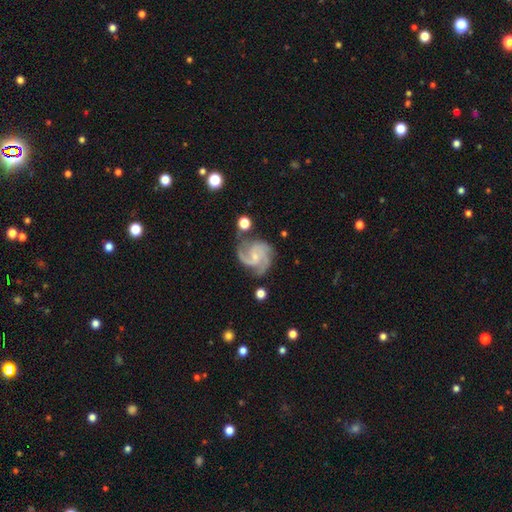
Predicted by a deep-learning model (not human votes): Overall: featured or disk (90%). Edge-on disk: no (98%). Bar: no (59%; weak 35%). Spiral arms: yes (98%). Spiral arm count: 3 (56%; 2 24%). Spiral winding: medium (55%; tight 33%). Bulge size: small (72%). Merging: none (67%).